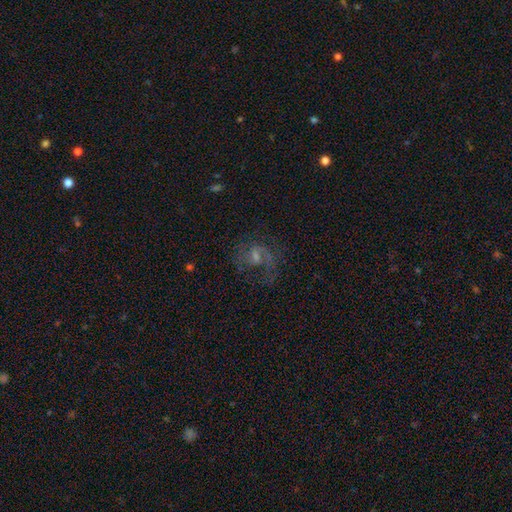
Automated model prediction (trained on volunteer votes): Smooth or featured? Predicted: featured or disk (p=0.70). Edge-on disk? Predicted: no (p=0.97). Bar? Predicted: weak (p=0.50). Spiral arms? Predicted: yes (p=0.84). Spiral winding? Predicted: medium (p=0.49). Spiral arm count? Predicted: 2 (p=0.59). Bulge size? Predicted: small (p=0.45). Merging? Predicted: none (p=0.56).